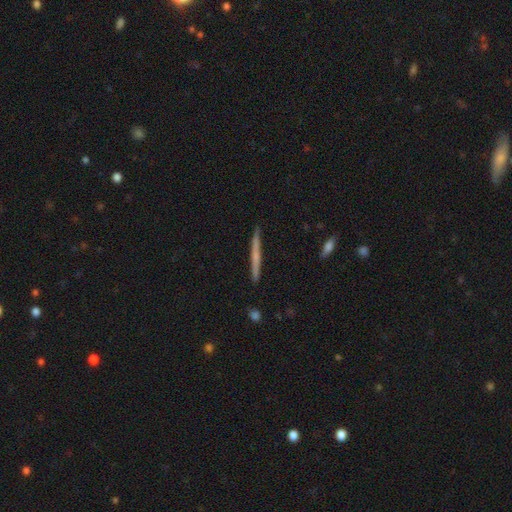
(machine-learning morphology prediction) Overall: featured or disk (49%; smooth 45%). Merging: none (90%).